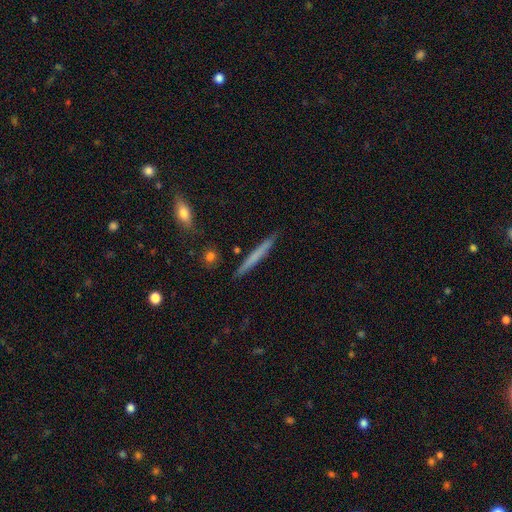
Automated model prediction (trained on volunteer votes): Smooth or featured: smooth — 61% (featured or disk — 33%)
How rounded: cigar-shaped — 96% (in between — 2%)
Merging: none — 89% (minor disturbance — 8%)